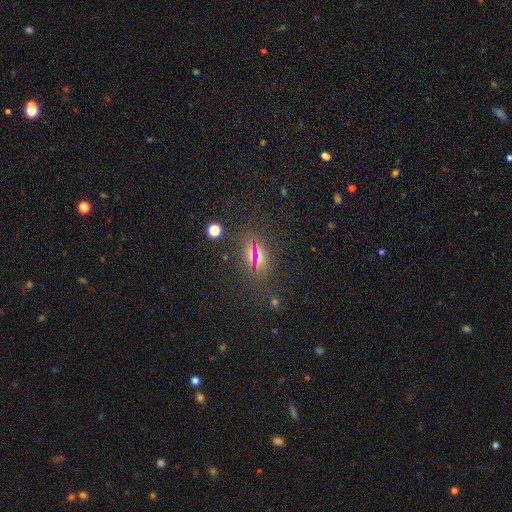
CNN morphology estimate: Smooth or featured? smooth (49%)
Merging? none (77%)